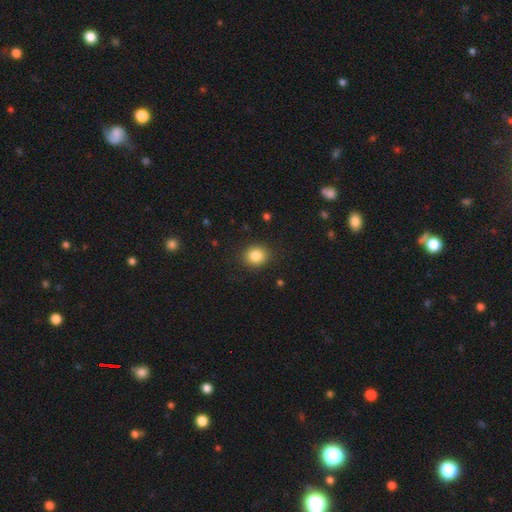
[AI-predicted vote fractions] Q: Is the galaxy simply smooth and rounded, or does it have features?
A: smooth — 85%.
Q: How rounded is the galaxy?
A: round — 76%.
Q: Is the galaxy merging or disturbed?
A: none — 89%.